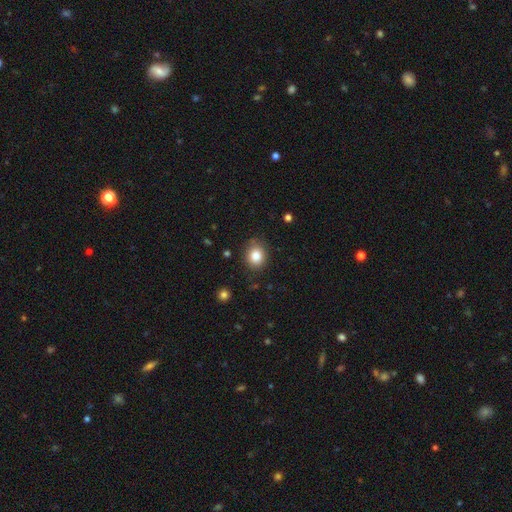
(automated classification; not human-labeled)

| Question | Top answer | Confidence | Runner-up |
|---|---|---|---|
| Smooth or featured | smooth | 84% | star or artifact (10%) |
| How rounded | round | 65% | in between (34%) |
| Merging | none | 84% | minor disturbance (12%) |